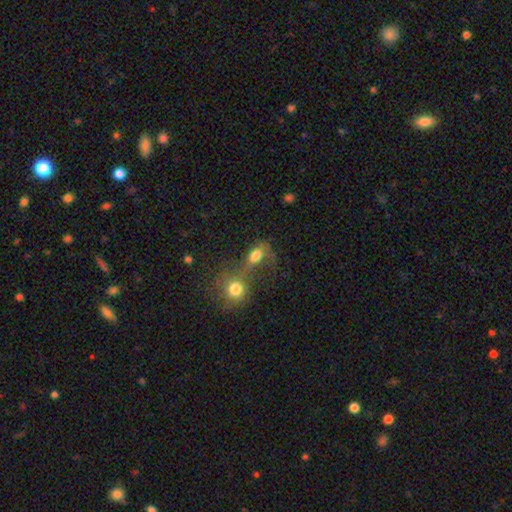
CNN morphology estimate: This is likely a smooth galaxy (70%). How rounded: likely in between (63%). Merging: possibly merger (52%).